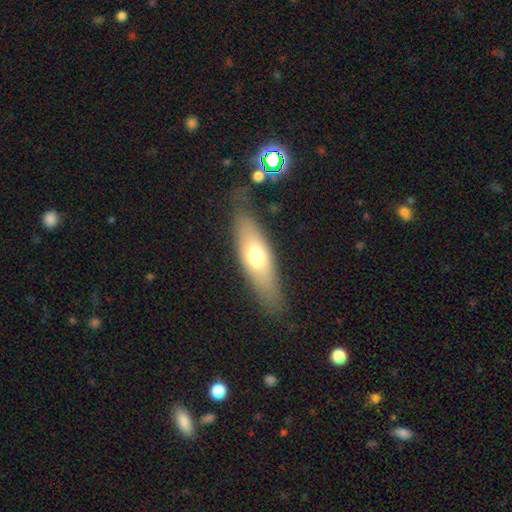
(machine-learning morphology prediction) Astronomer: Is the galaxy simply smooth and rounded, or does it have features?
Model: smooth — 62%.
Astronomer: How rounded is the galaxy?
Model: in between — 52% (runner-up: cigar-shaped, 45%).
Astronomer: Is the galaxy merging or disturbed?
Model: none — 80%.